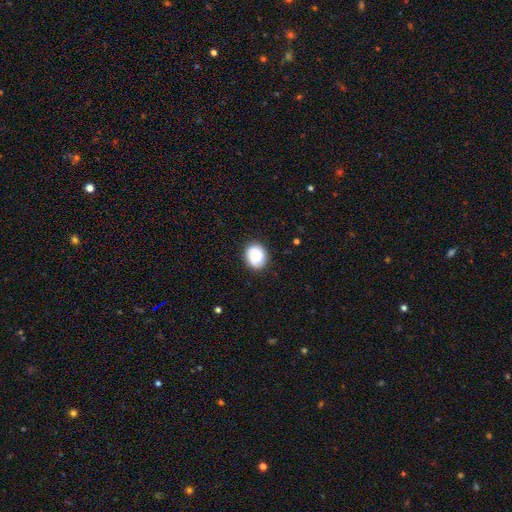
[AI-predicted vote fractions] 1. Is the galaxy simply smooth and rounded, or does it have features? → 68% smooth, 23% featured or disk, 9% star or artifact.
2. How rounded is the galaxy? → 62% round, 37% in between, 1% cigar-shaped.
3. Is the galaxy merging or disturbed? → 85% none, 11% minor disturbance, 3% major disturbance, 1% merger.